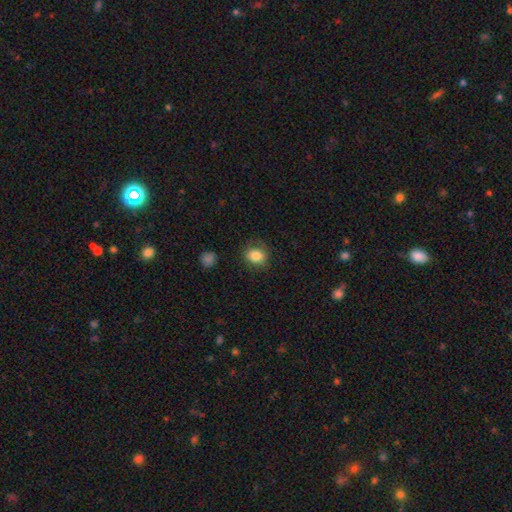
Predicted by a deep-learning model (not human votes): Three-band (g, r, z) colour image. It shows a smooth galaxy with no disk features (83%) that is round (62%). Merging: none (77%).